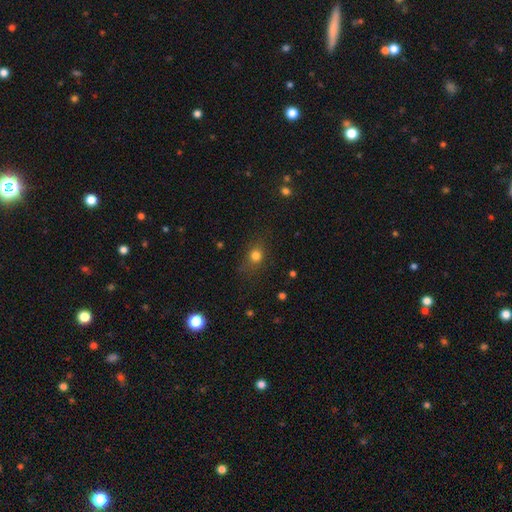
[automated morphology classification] This appears to be a smooth galaxy with no disk features (77%) that is round (63%). Merging: none (74%).